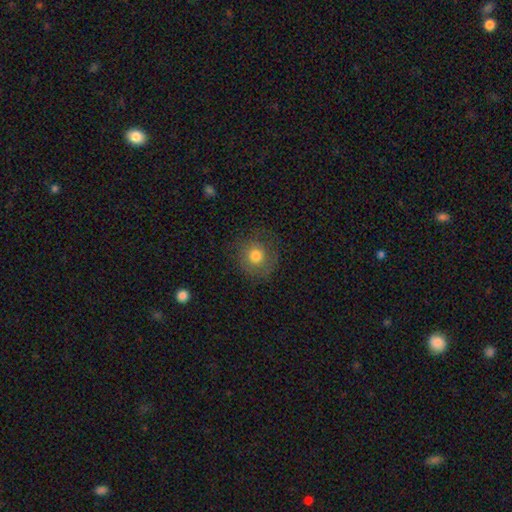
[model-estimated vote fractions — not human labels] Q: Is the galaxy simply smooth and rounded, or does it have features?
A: smooth — 75%.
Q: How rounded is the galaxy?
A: round — 91%.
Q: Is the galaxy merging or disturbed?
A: none — 79%.